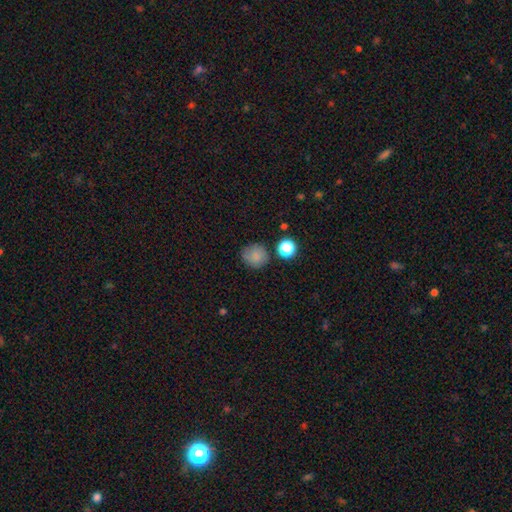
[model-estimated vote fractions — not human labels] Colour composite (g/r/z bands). It shows a smooth galaxy with no disk features (80%) that is round (88%). Merging: none (75%).